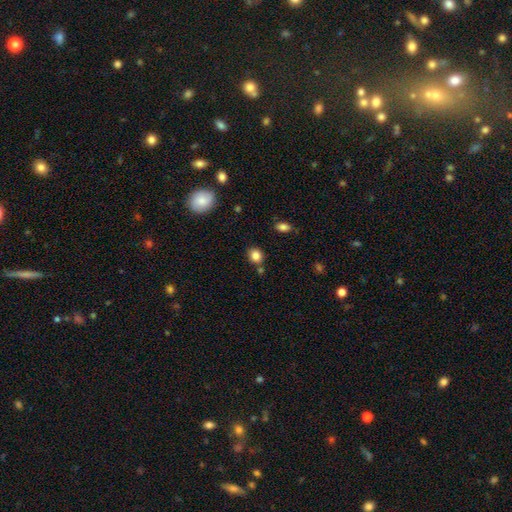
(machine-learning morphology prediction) The model was most divided on "how rounded": round: 68%, in between: 31%, cigar-shaped: 1%. More confident: smooth or featured — smooth (84%); merging — none (76%).